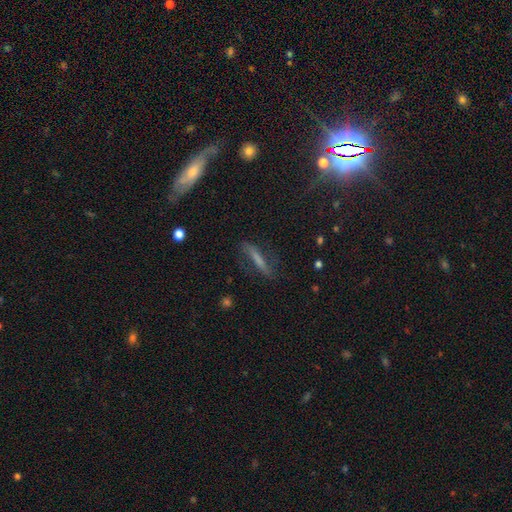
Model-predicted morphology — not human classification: The model was most divided on "smooth or featured": smooth: 43%, featured or disk: 40%, star or artifact: 17%. More confident: merging — none (72%).